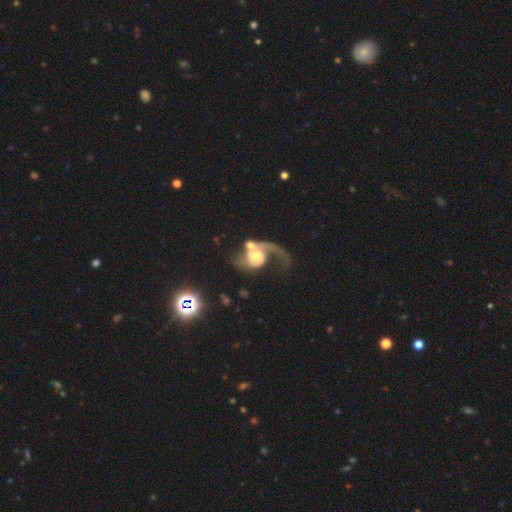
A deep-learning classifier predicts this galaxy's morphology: Overall: featured or disk (76%). Edge-on disk: no (97%). Bar: no (69%). Spiral arms: yes (88%). Spiral arm count: 1 (55%; 2 38%). Spiral winding: loose (66%; medium 27%). Bulge size: moderate (52%; small 31%). Merging: major disturbance (35%; merger 30%).